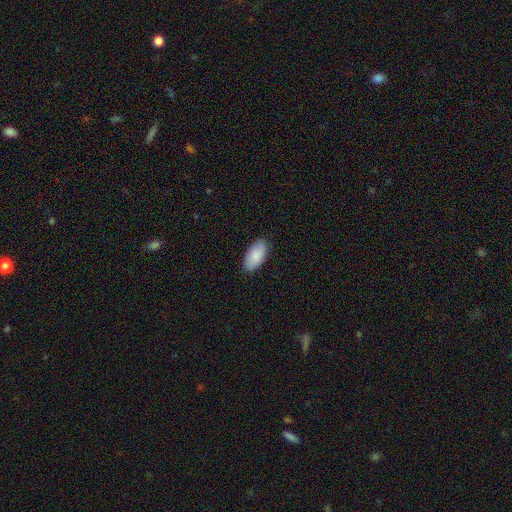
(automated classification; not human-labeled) The model was most divided on "merging": none: 87%, minor disturbance: 10%, major disturbance: 2%, merger: 1%. More confident: how rounded — in between (95%); smooth or featured — smooth (88%).